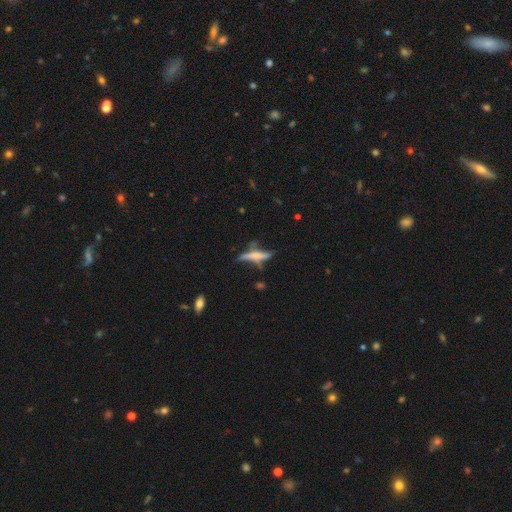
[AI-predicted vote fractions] smooth-or-featured: featured or disk: 50% | smooth: 40% | star or artifact: 9%
  disk-edge-on: yes: 88% | no: 12%
  merging: none: 56% | minor disturbance: 21% | major disturbance: 12% | merger: 11%